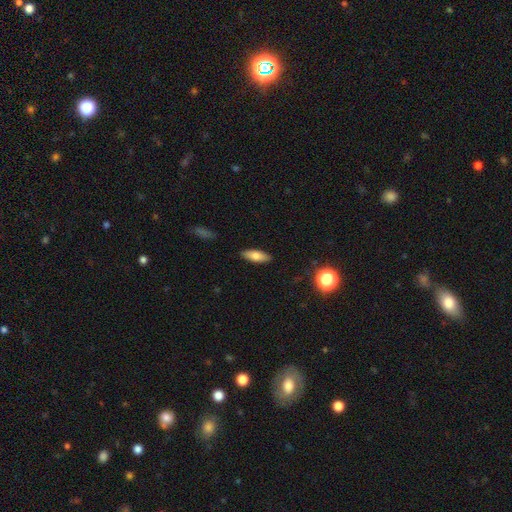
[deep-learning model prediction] This is likely a smooth galaxy (74%). How rounded: likely in between (67%). Merging: clearly none (89%).